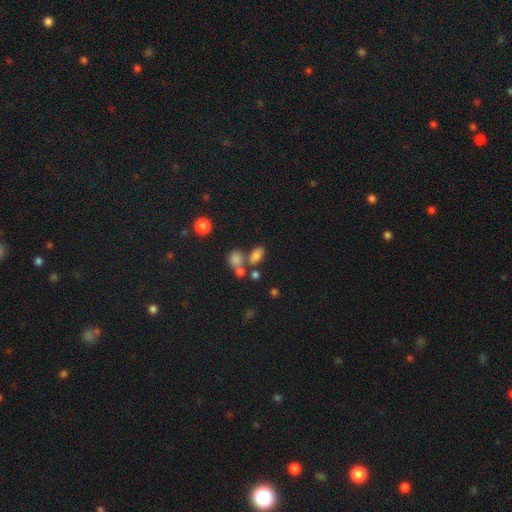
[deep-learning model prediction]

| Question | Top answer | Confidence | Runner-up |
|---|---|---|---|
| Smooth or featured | smooth | 76% | star or artifact (14%) |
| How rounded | in between | 84% | round (12%) |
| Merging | none | 54% | merger (28%) |